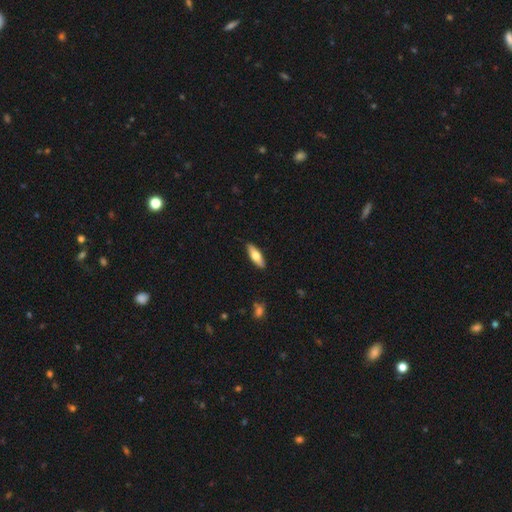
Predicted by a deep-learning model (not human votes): This is likely a smooth galaxy (65%). How rounded: possibly in between (58%). Merging: clearly none (88%).